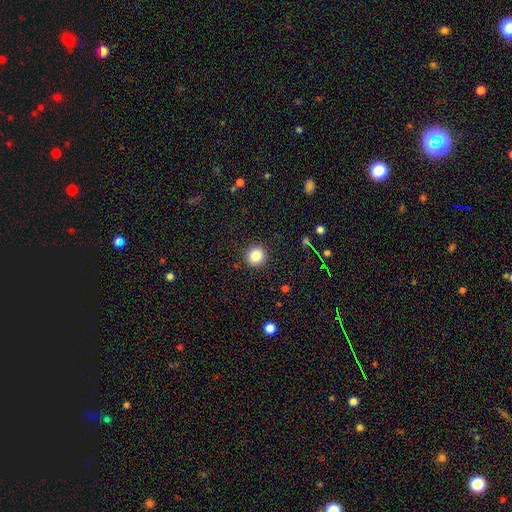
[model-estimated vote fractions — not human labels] A smooth galaxy with no disk features (85%) that is round (93%). Merging: none (91%).